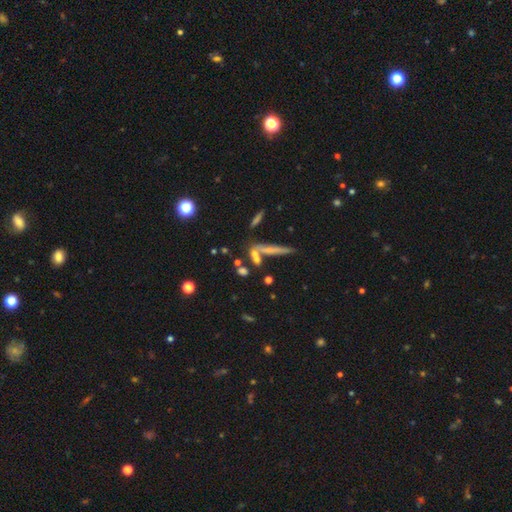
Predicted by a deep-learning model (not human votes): Q: Smooth or featured?
A: smooth (53%); runner-up: featured or disk (33%)
Q: How rounded?
A: cigar-shaped (67%); runner-up: in between (22%)
Q: Merging?
A: none (55%); runner-up: merger (27%)